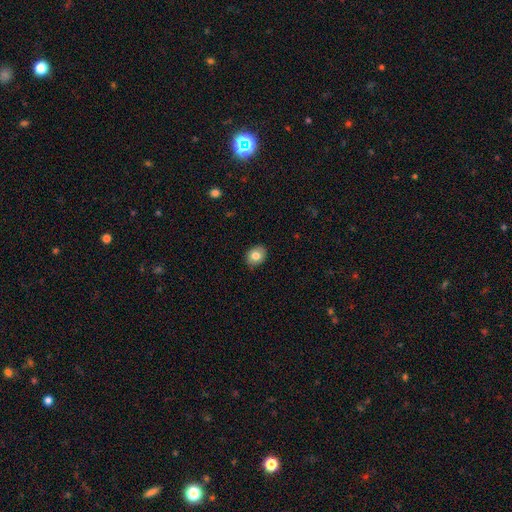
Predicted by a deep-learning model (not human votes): This is clearly a smooth galaxy (80%). How rounded: possibly in between (55%). Merging: clearly none (88%).